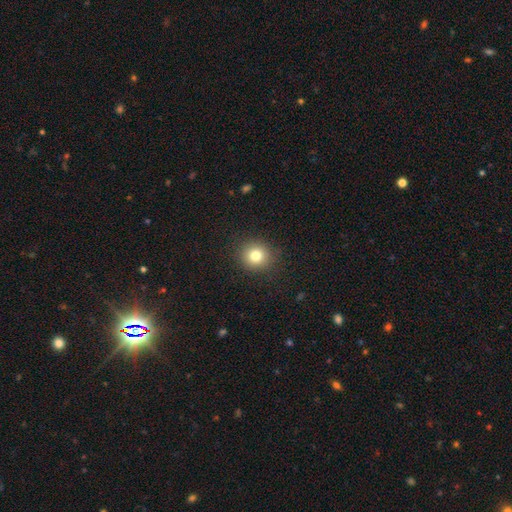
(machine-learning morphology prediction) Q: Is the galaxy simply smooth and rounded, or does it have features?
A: smooth — 80%.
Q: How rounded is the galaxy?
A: round — 91%.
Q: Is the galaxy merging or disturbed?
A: none — 91%.